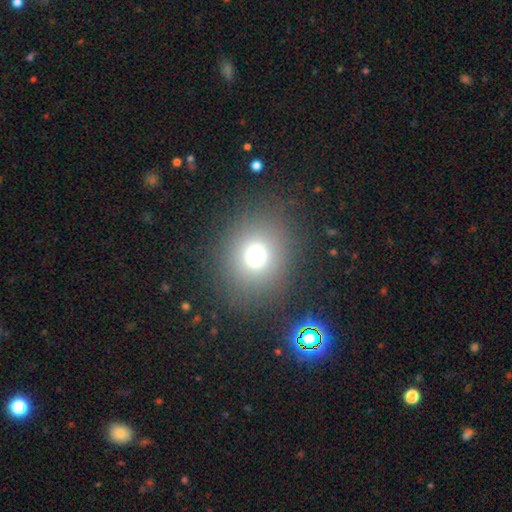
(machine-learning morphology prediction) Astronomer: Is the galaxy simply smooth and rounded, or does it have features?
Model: smooth — 68%.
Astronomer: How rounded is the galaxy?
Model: round — 78%.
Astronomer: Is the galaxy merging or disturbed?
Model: none — 84%.